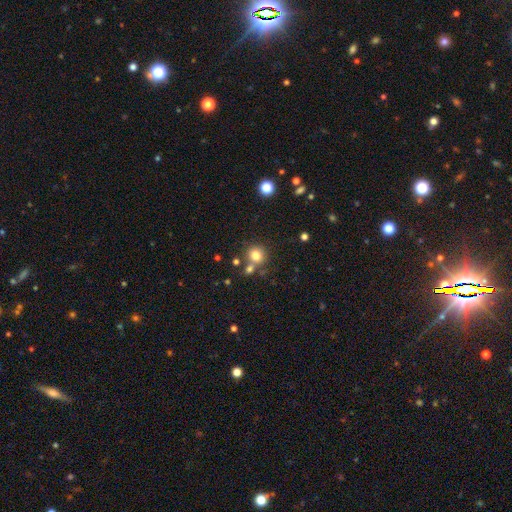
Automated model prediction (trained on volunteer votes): This appears to be a smooth galaxy with no disk features (79%) that is round (86%). Merging: none (65%).